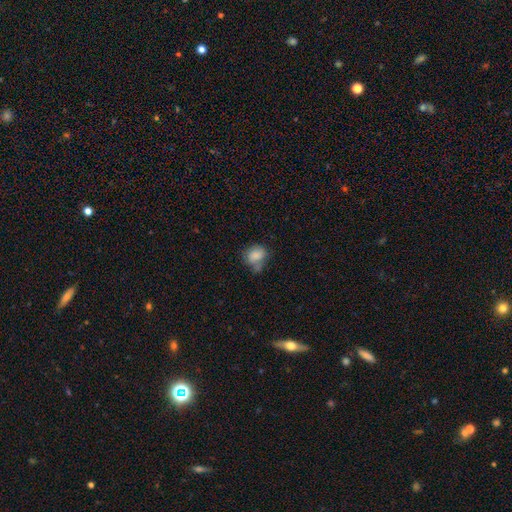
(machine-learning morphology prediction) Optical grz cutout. It shows a smooth galaxy with no disk features (80%) that is round (53%). Merging: none (47%).